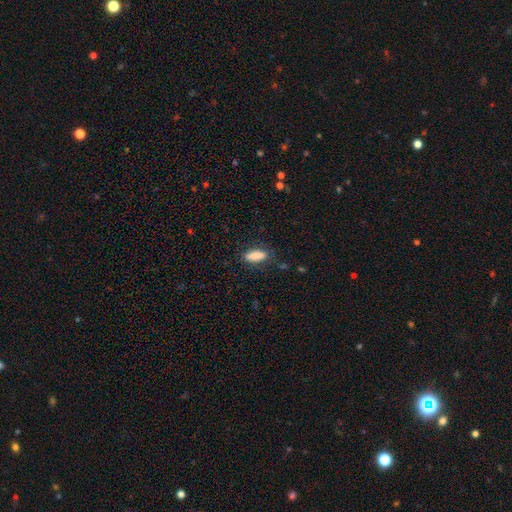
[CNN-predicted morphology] Overall: smooth (86%). How rounded: in between (62%; cigar-shaped 36%). Merging: none (82%).